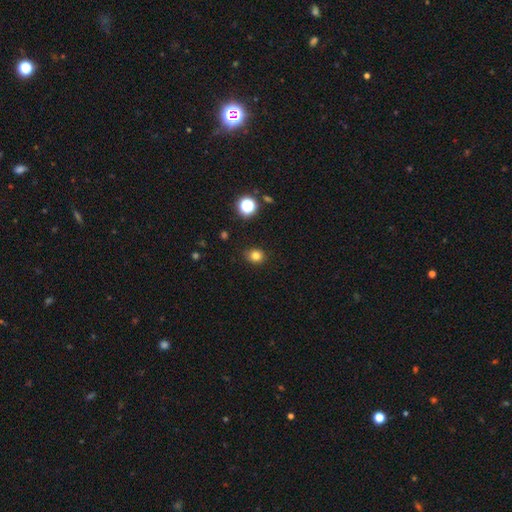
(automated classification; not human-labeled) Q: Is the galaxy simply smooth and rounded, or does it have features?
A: smooth — 81%.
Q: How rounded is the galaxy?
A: round — 73%.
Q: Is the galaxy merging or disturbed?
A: none — 86%.